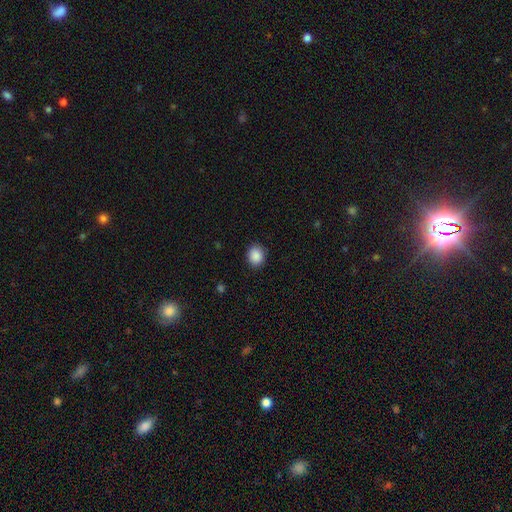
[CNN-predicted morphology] This is clearly a smooth galaxy (89%). How rounded: likely round (65%). Merging: clearly none (88%).